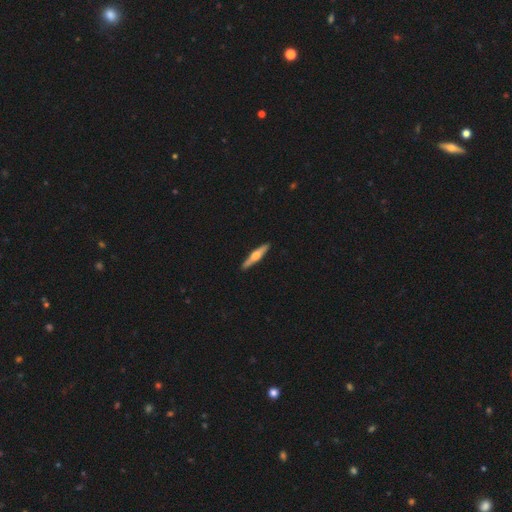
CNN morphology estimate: Overall: featured or disk (61%; smooth 35%). Edge-on disk: yes (95%). Edge-on bulge: rounded (94%). Merging: none (91%).